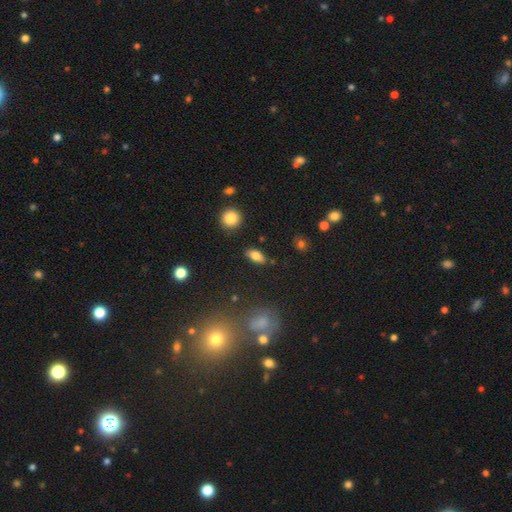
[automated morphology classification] This is likely a smooth galaxy (78%). How rounded: clearly in between (86%). Merging: clearly none (85%).